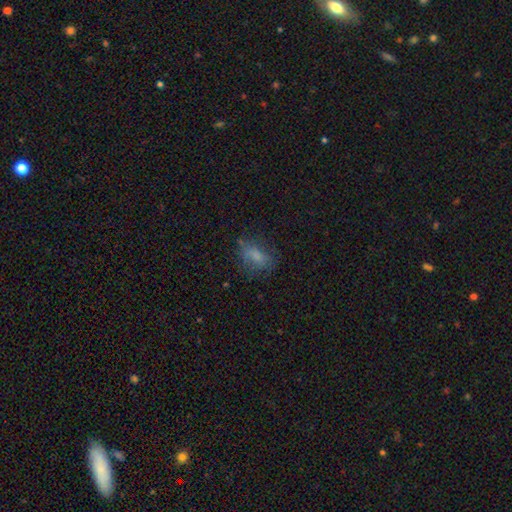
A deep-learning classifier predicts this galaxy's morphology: Smooth or featured?
  - smooth: 69% *
  - featured or disk: 19%
  - star or artifact: 13%
How rounded?
  - in between: 81% *
  - round: 14%
  - cigar-shaped: 5%
Merging?
  - none: 57% *
  - minor disturbance: 24%
  - major disturbance: 16%
  - merger: 2%